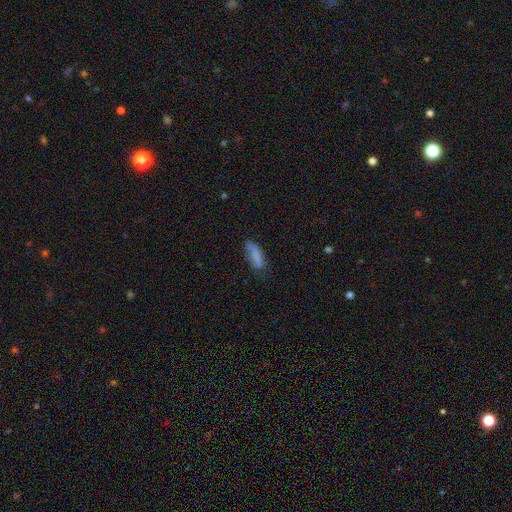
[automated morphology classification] smooth_or_featured: smooth (p=0.80) [alt: featured or disk p=0.12]
how_rounded: in between (p=0.62) [alt: cigar-shaped p=0.36]
merging: none (p=0.61) [alt: minor disturbance p=0.28]